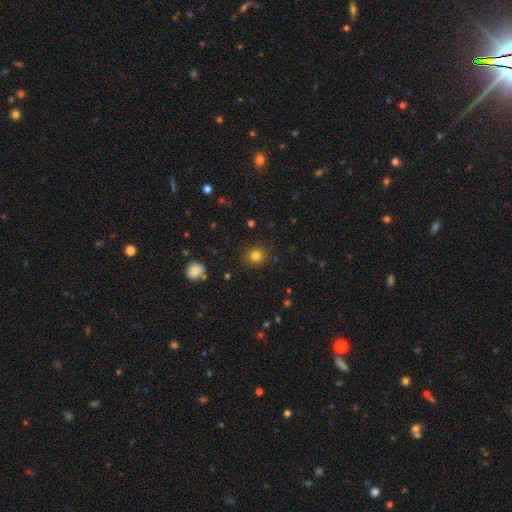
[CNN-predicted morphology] smooth-or-featured: smooth: 81% | star or artifact: 13% | featured or disk: 6%
  how-rounded: round: 84% | in between: 15% | cigar-shaped: 1%
  merging: none: 89% | minor disturbance: 8% | major disturbance: 2% | merger: 1%